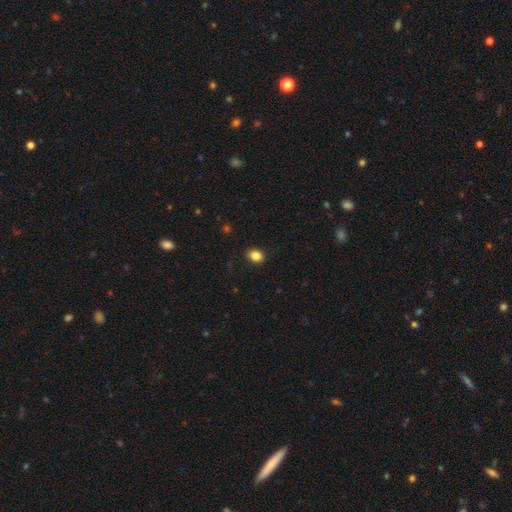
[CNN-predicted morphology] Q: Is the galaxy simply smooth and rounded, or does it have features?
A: smooth — 87%.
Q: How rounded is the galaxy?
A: in between — 65%.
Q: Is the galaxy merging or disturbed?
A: none — 89%.